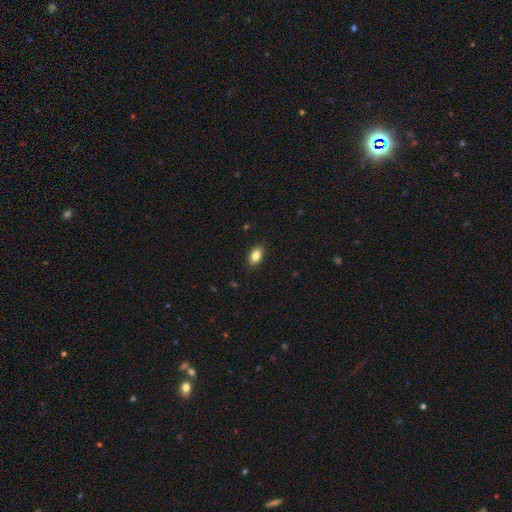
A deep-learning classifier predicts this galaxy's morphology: Q: Smooth or featured?
A: smooth (84%); runner-up: featured or disk (8%)
Q: How rounded?
A: in between (89%); runner-up: round (8%)
Q: Merging?
A: none (89%); runner-up: minor disturbance (9%)